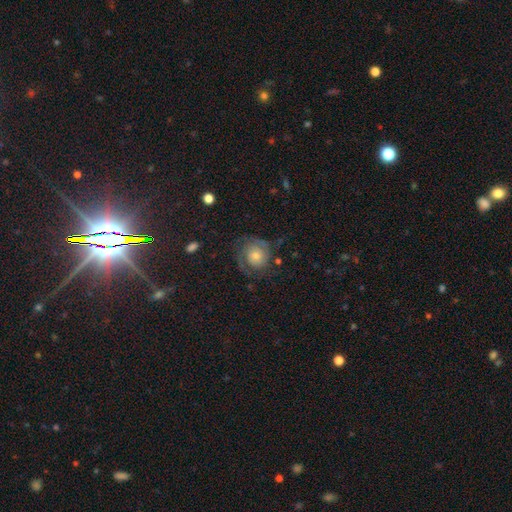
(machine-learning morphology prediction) This appears to be a featured or disk galaxy (68%) with no bar (80%), 2 (59%) tight (53%) spiral arms (89%) and a moderate central bulge (46%). Merging: none (67%).